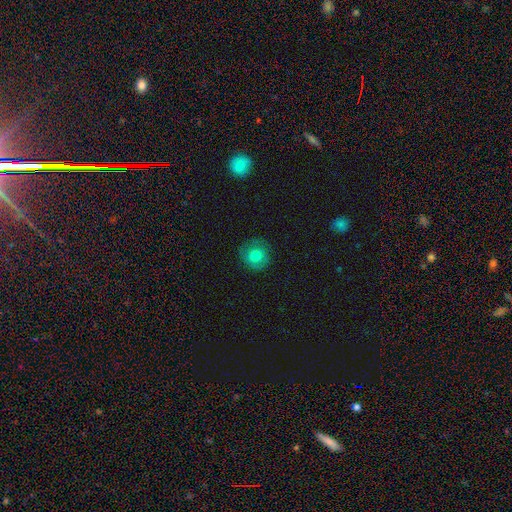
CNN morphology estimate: type=smooth (74%); roundness=round (91%); merging=none (81%).